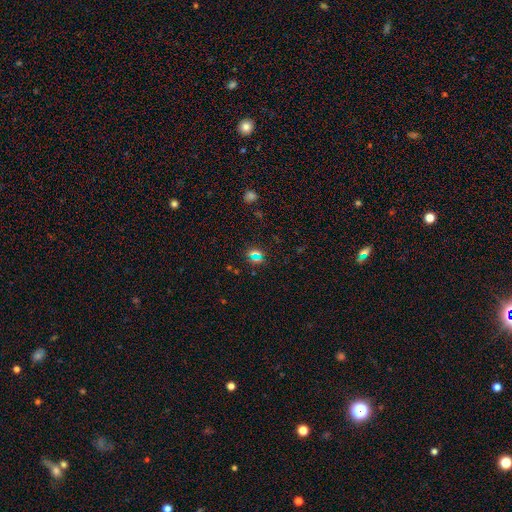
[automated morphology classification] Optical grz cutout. It shows a star or artifact, not a galaxy (46%).